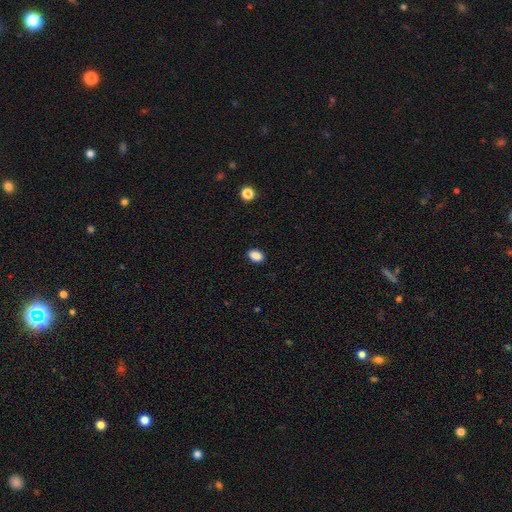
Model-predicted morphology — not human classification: The model was most divided on "how rounded": in between: 81%, round: 17%, cigar-shaped: 1%. More confident: merging — none (89%); smooth or featured — smooth (88%).